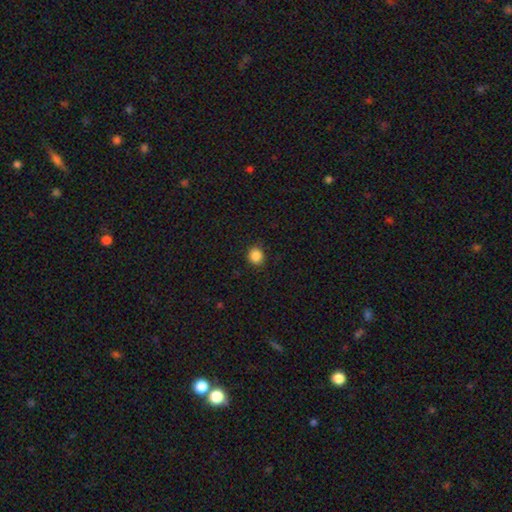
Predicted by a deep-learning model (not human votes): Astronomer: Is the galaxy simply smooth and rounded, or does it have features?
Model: smooth — 86%.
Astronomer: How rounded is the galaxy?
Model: round — 85%.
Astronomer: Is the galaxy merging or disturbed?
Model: none — 89%.